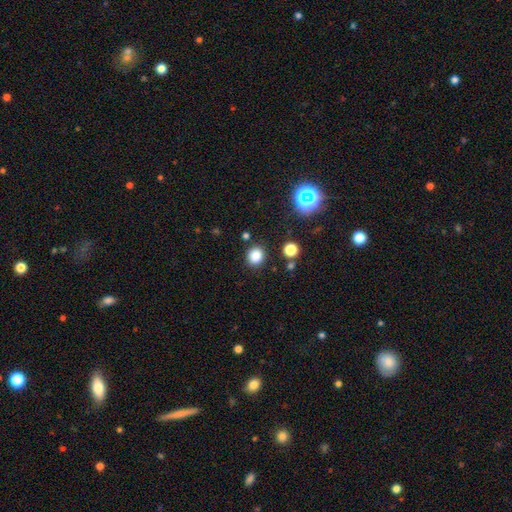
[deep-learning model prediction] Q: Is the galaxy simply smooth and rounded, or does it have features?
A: smooth — 82%.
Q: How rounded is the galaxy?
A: round — 75%.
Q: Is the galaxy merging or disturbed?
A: none — 85%.